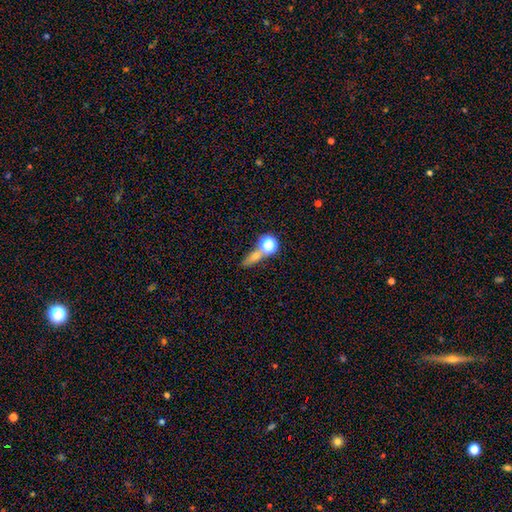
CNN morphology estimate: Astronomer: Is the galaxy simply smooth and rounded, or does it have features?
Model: smooth — 53% (runner-up: star or artifact, 32%).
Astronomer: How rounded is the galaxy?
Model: round — 43% (runner-up: in between, 35%).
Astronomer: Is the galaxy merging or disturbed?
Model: none — 55%.